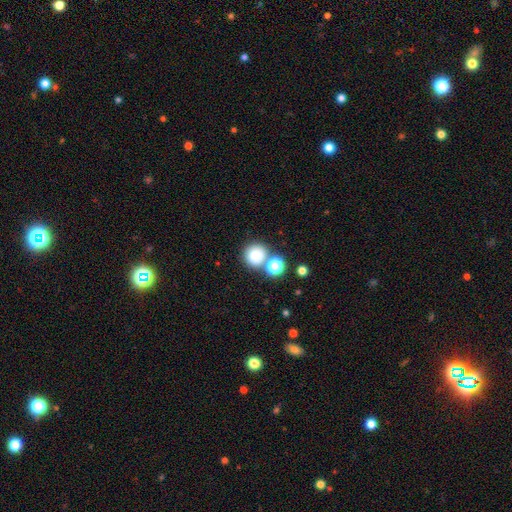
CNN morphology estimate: Smooth or featured? smooth (79%)
How rounded? round (90%)
Merging? none (59%)